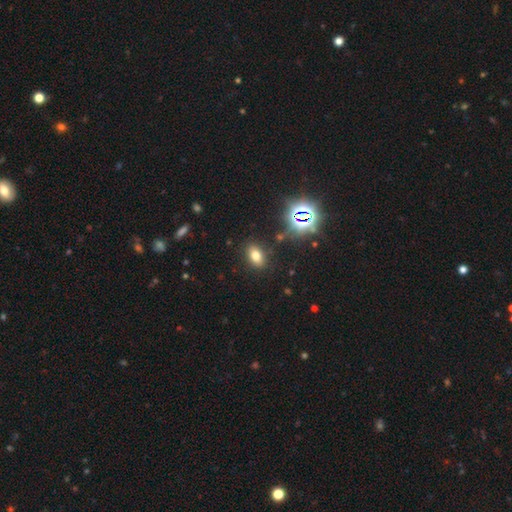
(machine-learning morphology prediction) This is likely a smooth galaxy (67%). How rounded: clearly in between (84%). Merging: clearly none (86%).